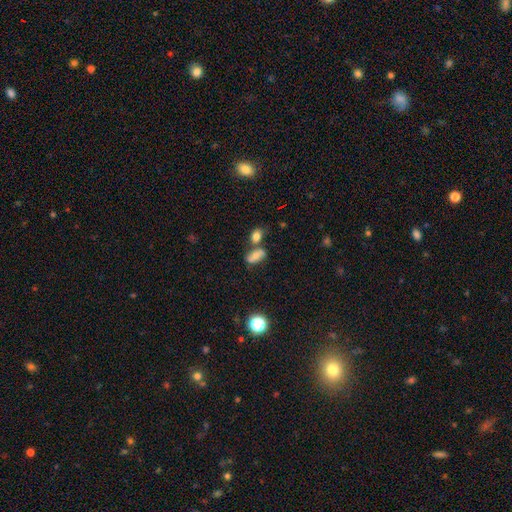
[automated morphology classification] Smooth or featured? Predicted: smooth (p=0.66). How rounded? Predicted: in between (p=0.78). Merging? Predicted: none (p=0.47).